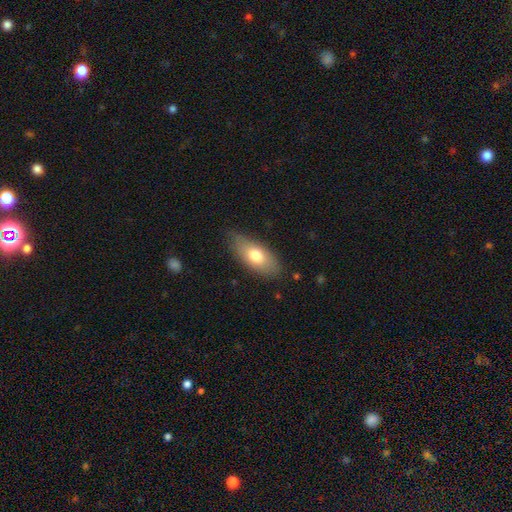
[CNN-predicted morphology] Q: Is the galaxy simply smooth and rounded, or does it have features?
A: smooth — 72%.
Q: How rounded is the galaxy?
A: in between — 86%.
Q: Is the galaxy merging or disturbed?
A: none — 79%.